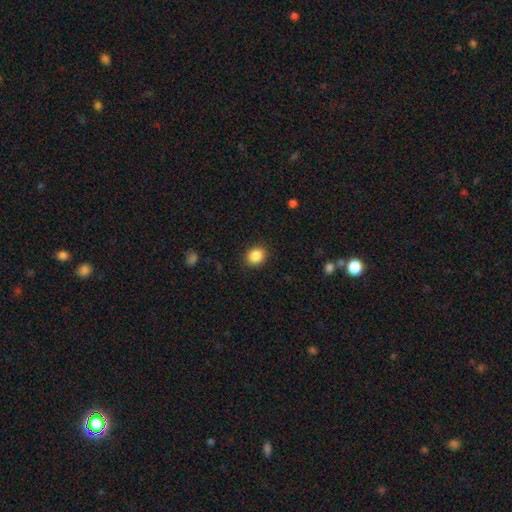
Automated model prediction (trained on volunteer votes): This appears to be a smooth galaxy with no disk features (87%) that is round (70%). Merging: none (89%).